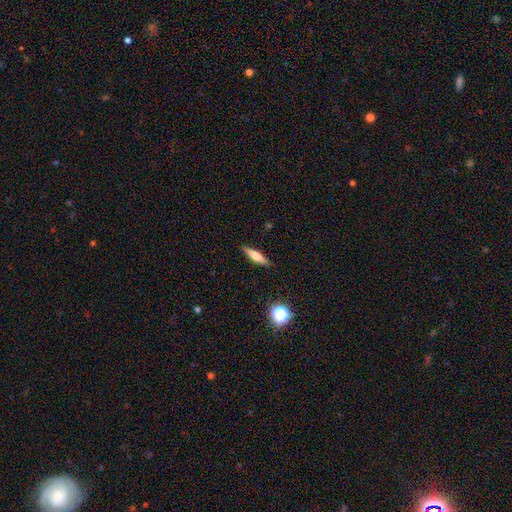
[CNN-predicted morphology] Q: Smooth or featured?
A: smooth (50%); runner-up: featured or disk (42%)
Q: Merging?
A: none (88%); runner-up: minor disturbance (9%)